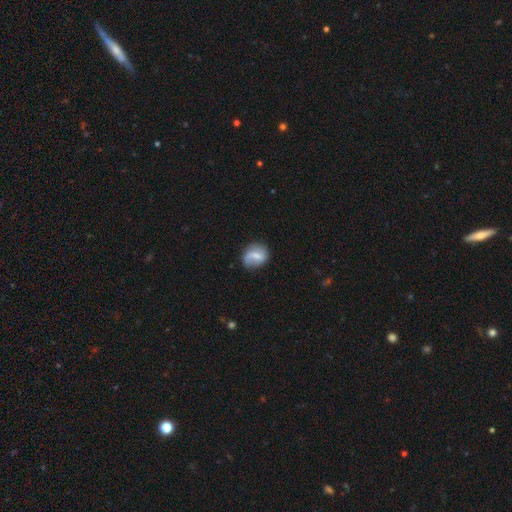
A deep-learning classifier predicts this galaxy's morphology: This appears to be a smooth galaxy with no disk features (47%). Merging: none (69%).